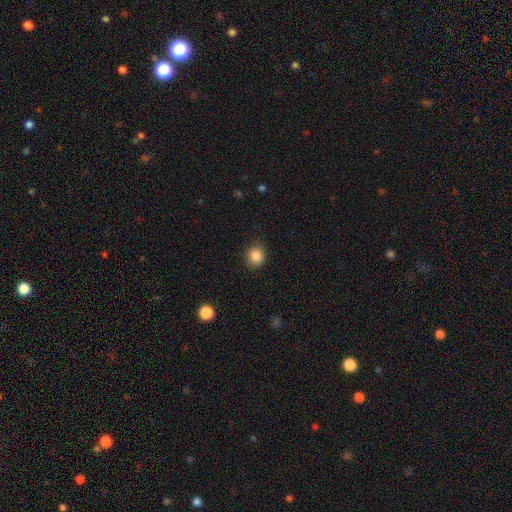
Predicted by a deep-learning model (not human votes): This appears to be a smooth galaxy with no disk features (86%) that is round (75%). Merging: none (86%).